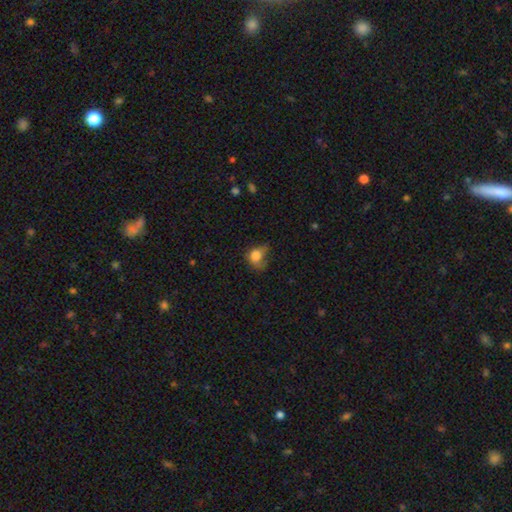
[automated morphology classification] Smooth or featured: smooth — 76% (featured or disk — 14%)
How rounded: round — 56% (in between — 43%)
Merging: minor disturbance — 32% (tied with major disturbance — 32%; none — 32%)